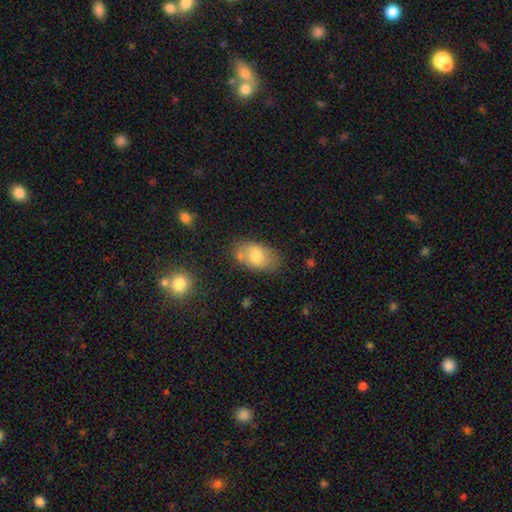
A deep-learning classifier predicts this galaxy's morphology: Smooth or featured? smooth (74%)
How rounded? in between (90%)
Merging? none (67%)